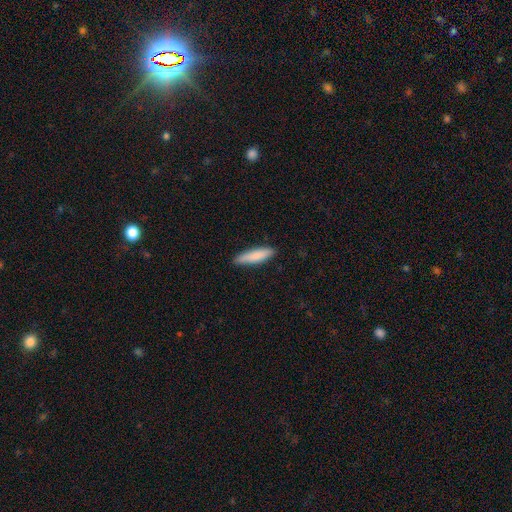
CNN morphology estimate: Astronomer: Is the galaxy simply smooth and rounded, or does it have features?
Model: smooth — 85%.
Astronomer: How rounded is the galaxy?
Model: cigar-shaped — 75%.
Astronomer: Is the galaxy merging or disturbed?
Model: none — 85%.